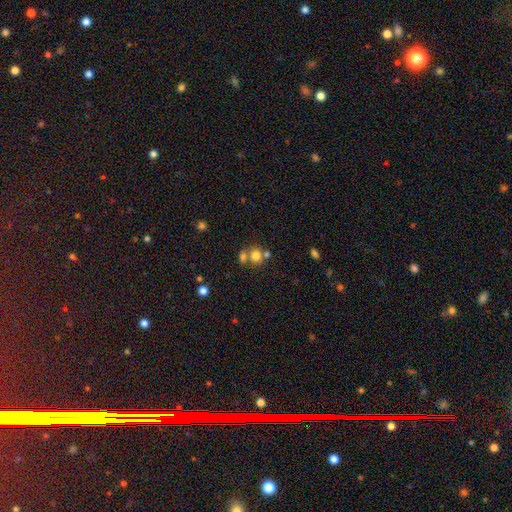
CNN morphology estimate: A smooth galaxy with no disk features (76%) that is round (78%). Merging: none (47%).